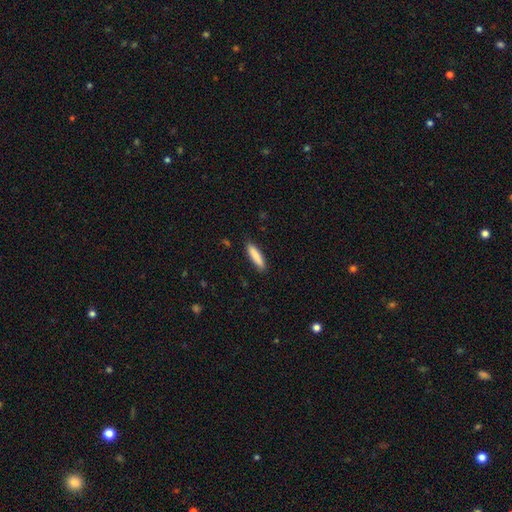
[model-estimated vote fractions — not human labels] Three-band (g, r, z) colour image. It shows a smooth galaxy with no disk features (86%) that is cigar-shaped (77%). Merging: none (88%).